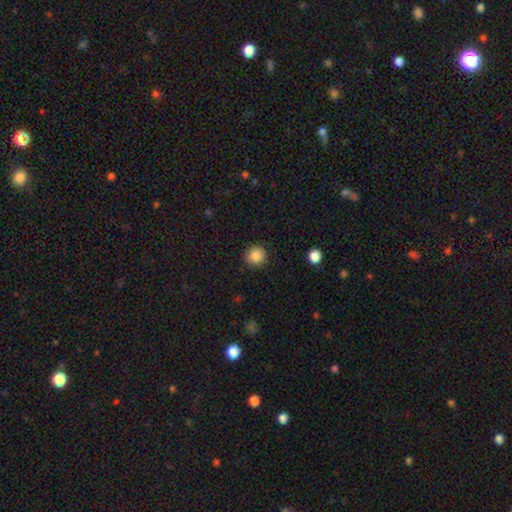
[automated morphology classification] Smooth or featured? Predicted: smooth (p=0.86). How rounded? Predicted: round (p=0.93). Merging? Predicted: none (p=0.90).